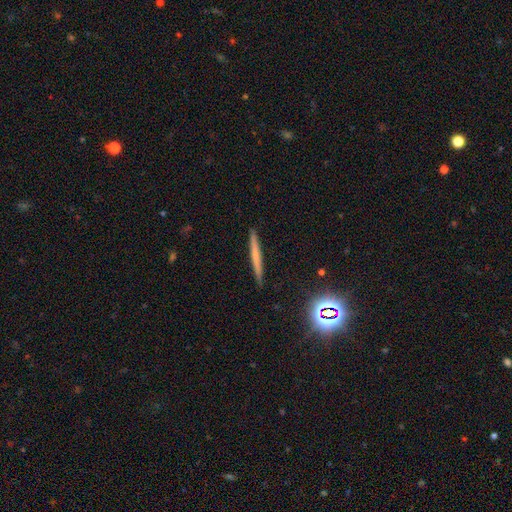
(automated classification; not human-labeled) smooth 50%, featured or disk 40%, star or artifact 10%. Down the decision tree: merging — none (91%).